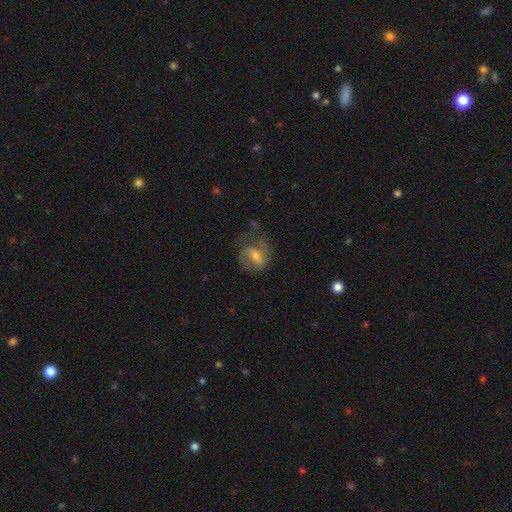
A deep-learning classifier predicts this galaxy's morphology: Smooth or featured? Predicted: featured or disk (p=0.54). Edge-on disk? Predicted: no (p=0.96). Bar? Predicted: weak (p=0.48). Spiral arms? Predicted: yes (p=0.76). Bulge size? Predicted: moderate (p=0.46). Merging? Predicted: none (p=0.48).